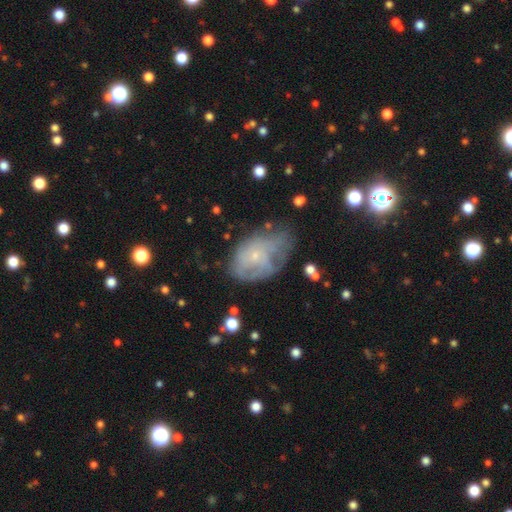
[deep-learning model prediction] This is possibly a featured or disk galaxy (55%). It is clearly not viewed edge-on (96%). Bar: clearly no (83%). Spiral arm pattern: possibly yes (57%). Central bulge: likely small (79%). Merging: marginally none (37%).